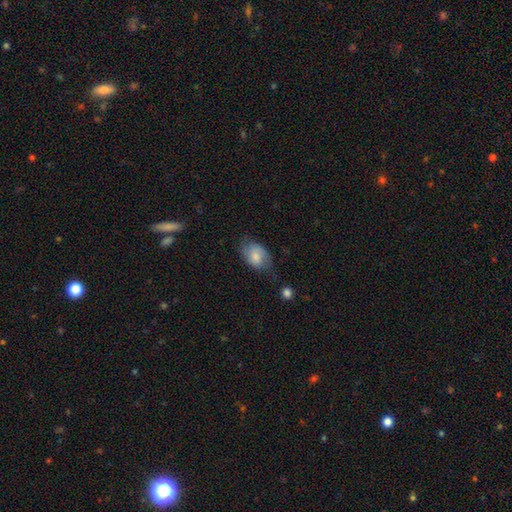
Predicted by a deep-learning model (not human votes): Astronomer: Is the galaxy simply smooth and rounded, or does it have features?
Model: smooth — 71%.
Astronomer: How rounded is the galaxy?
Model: in between — 82%.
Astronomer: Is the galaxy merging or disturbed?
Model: none — 51% (runner-up: minor disturbance, 32%).